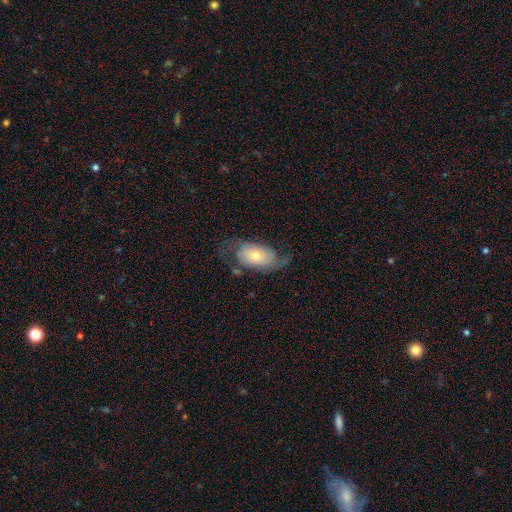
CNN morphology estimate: smooth-or-featured: featured or disk: 56% | smooth: 37% | star or artifact: 7%
  disk-edge-on: no: 92% | yes: 8%
    bar: no: 74% | weak: 20% | strong: 6%
    has-spiral-arms: yes: 79% | no: 21%
    bulge-size: moderate: 52% | small: 38% | large: 6% | dominant: 2% | none: 2%
  merging: none: 56% | minor disturbance: 23% | major disturbance: 19% | merger: 2%